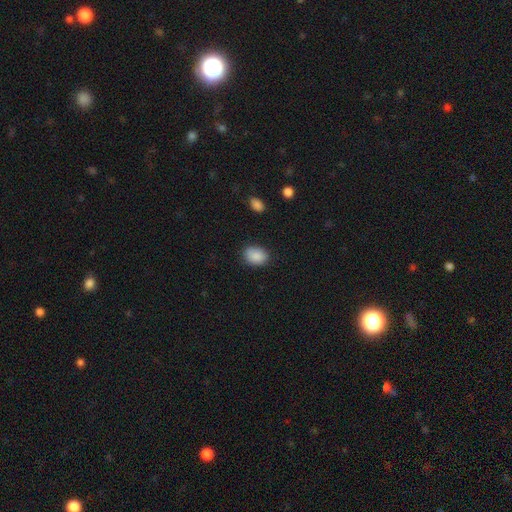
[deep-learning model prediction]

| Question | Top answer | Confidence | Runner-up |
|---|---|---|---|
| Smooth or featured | smooth | 88% | star or artifact (8%) |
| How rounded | in between | 70% | round (29%) |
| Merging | none | 81% | minor disturbance (14%) |